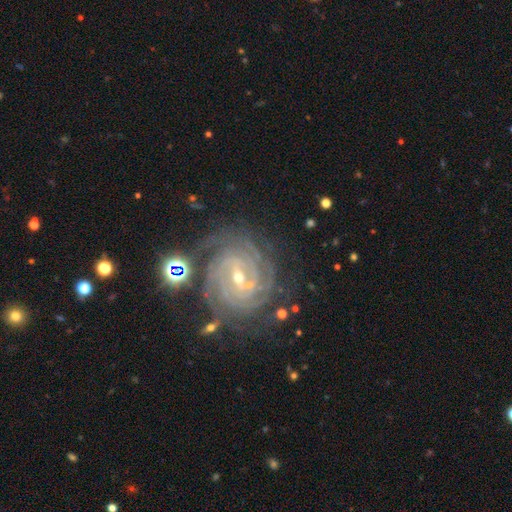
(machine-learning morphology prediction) featured or disk 82%, star or artifact 11%, smooth 7%. Down the decision tree: edge-on disk — no (97%); bar — weak (46%); spiral arms — yes (97%); spiral arm count — can't tell (29%); spiral winding — tight (75%); bulge size — small (68%); merging — none (75%).